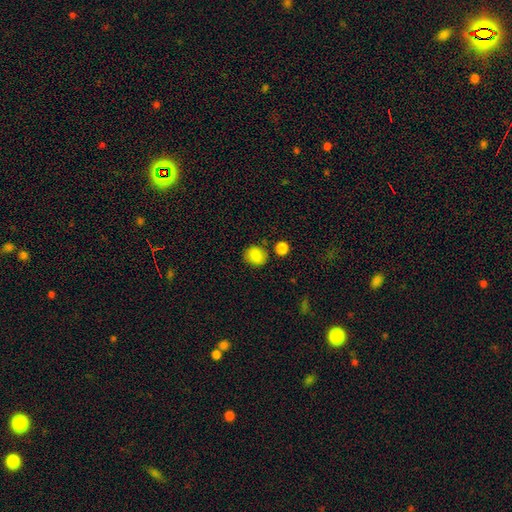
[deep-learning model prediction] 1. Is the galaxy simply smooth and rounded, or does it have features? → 85% smooth, 9% star or artifact, 6% featured or disk.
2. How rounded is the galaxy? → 68% round, 31% in between, 1% cigar-shaped.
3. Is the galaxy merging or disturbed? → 77% none, 13% minor disturbance, 6% merger, 4% major disturbance.